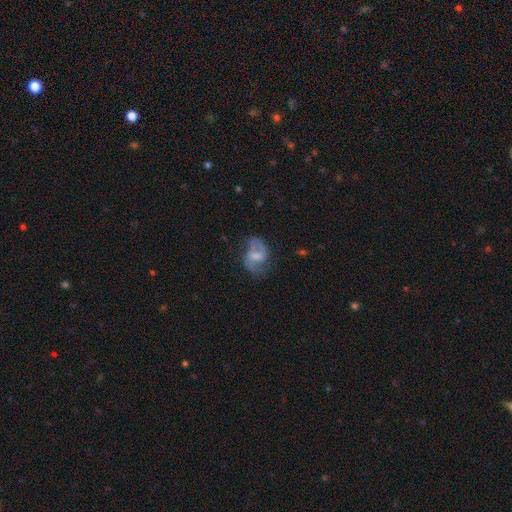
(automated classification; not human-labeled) smooth-or-featured: featured or disk: 65% | smooth: 27% | star or artifact: 8%
  disk-edge-on: no: 97% | yes: 3%
    bar: weak: 49% | no: 30% | strong: 20%
    has-spiral-arms: yes: 78% | no: 22%
    bulge-size: moderate: 36% | small: 28% | none: 25% | large: 10% | dominant: 1%
  merging: none: 53% | minor disturbance: 24% | major disturbance: 19% | merger: 3%